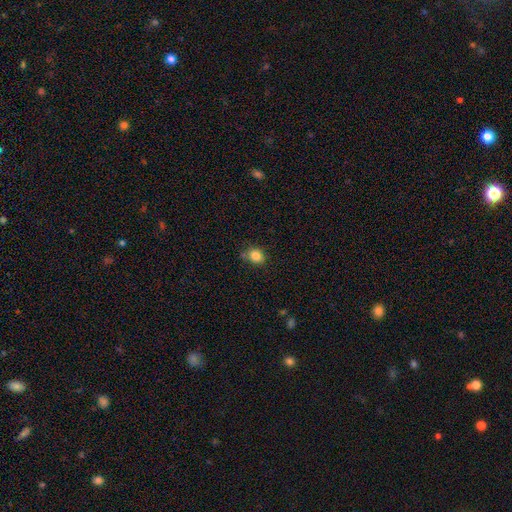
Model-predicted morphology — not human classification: type=smooth (84%); roundness=round (64%); merging=none (72%).